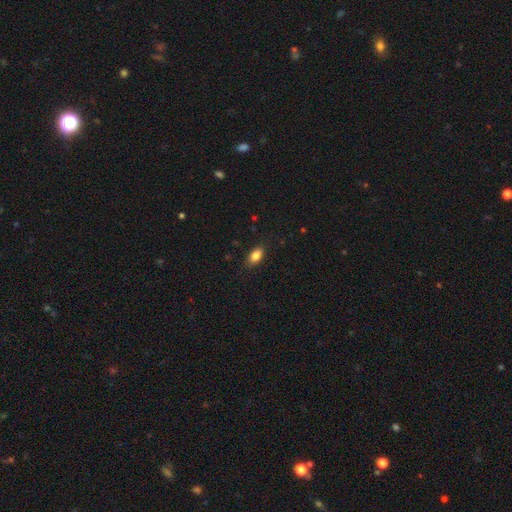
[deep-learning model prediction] The model was most divided on "merging": none: 85%, minor disturbance: 12%, major disturbance: 3%, merger: 1%. More confident: how rounded — in between (89%); smooth or featured — smooth (85%).